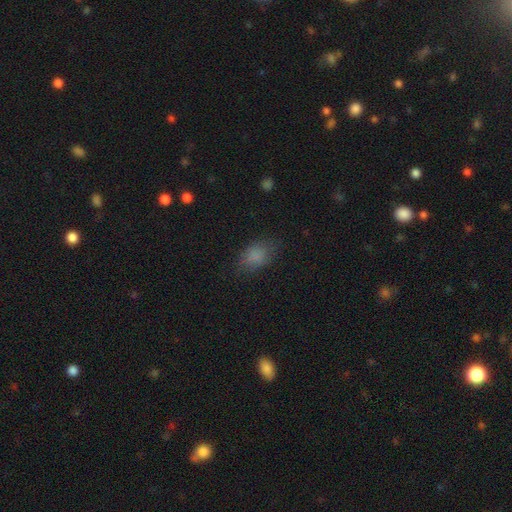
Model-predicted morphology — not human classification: Smooth or featured?
  - smooth: 80% *
  - star or artifact: 11%
  - featured or disk: 8%
How rounded?
  - in between: 82% *
  - round: 16%
  - cigar-shaped: 2%
Merging?
  - none: 71% *
  - minor disturbance: 20%
  - major disturbance: 8%
  - merger: 1%